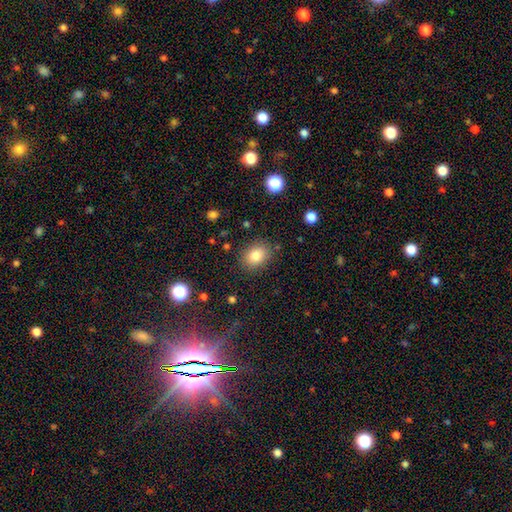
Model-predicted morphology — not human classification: A smooth galaxy with no disk features (81%) that is in between round and cigar-shaped (60%). Merging: none (85%).